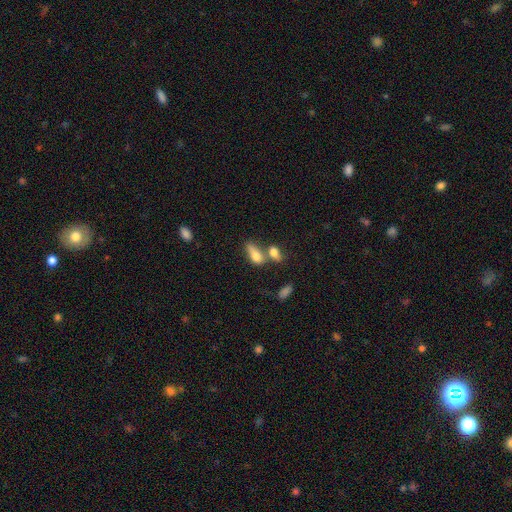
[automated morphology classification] This is likely a smooth galaxy (74%). How rounded: likely in between (75%). Merging: possibly merger (48%).